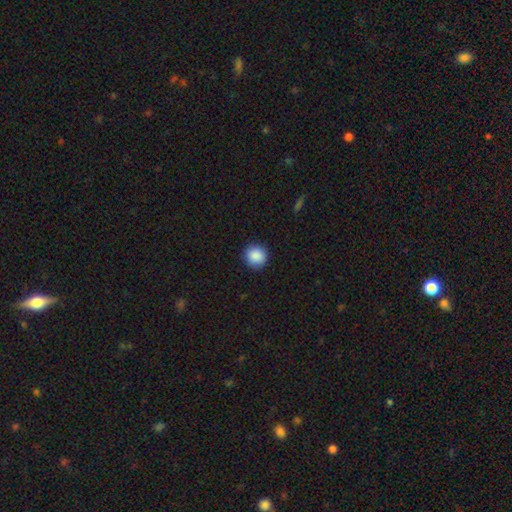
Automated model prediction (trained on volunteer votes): This is clearly a smooth galaxy (89%). How rounded: clearly round (92%). Merging: clearly none (91%).